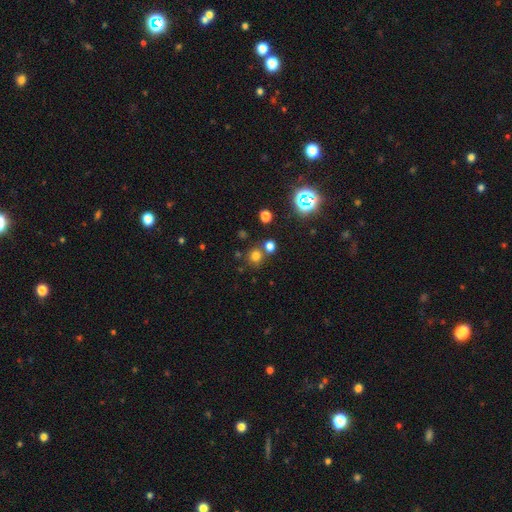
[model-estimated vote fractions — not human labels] smooth-or-featured: smooth: 69% | star or artifact: 24% | featured or disk: 7%
  how-rounded: round: 87% | in between: 12% | cigar-shaped: 1%
  merging: none: 69% | merger: 20% | minor disturbance: 8% | major disturbance: 3%